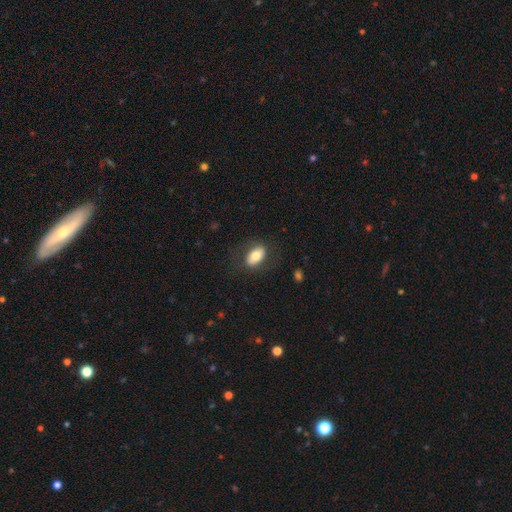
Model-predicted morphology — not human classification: smooth 72%, featured or disk 21%, star or artifact 7%. Down the decision tree: how rounded — in between (90%); merging — none (79%).